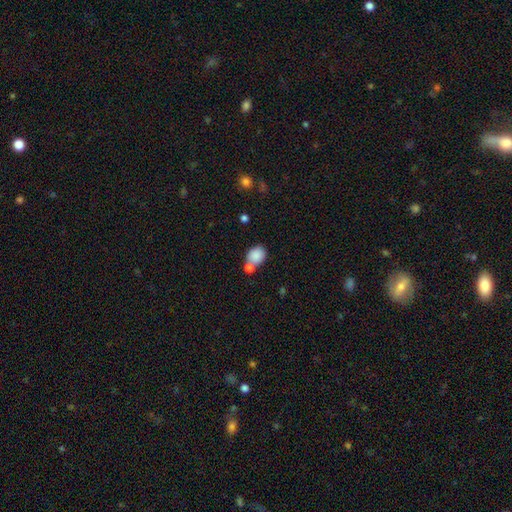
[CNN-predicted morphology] smooth_or_featured: smooth (p=0.85) [alt: star or artifact p=0.08]
how_rounded: round (p=0.51) [alt: in between p=0.48]
merging: none (p=0.48) [alt: merger p=0.35]